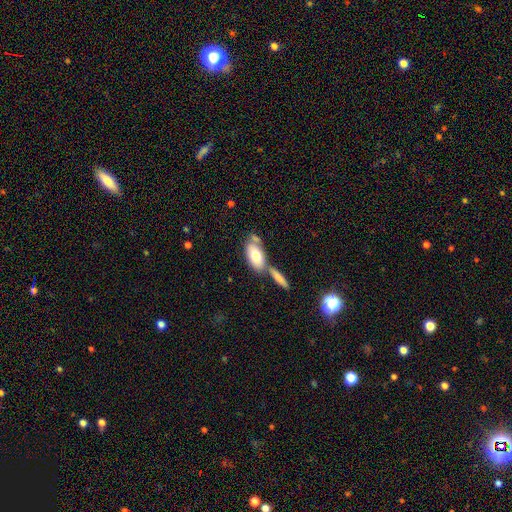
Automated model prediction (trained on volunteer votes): Smooth or featured? Predicted: smooth (p=0.72). How rounded? Predicted: in between (p=0.89). Merging? Predicted: none (p=0.47).